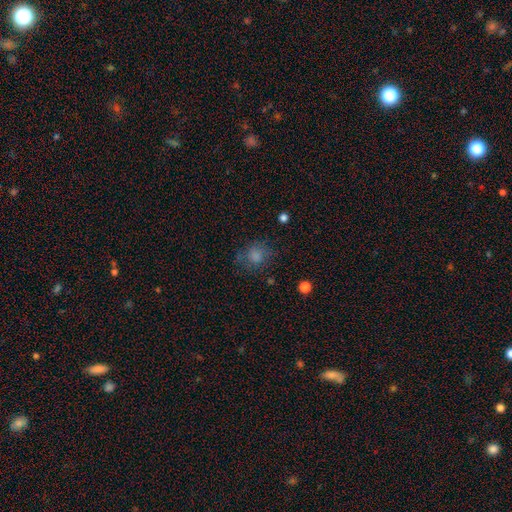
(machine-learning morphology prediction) smooth_or_featured: smooth (p=0.76) [alt: star or artifact p=0.13]
how_rounded: round (p=0.75) [alt: in between p=0.24]
merging: none (p=0.68) [alt: minor disturbance p=0.19]